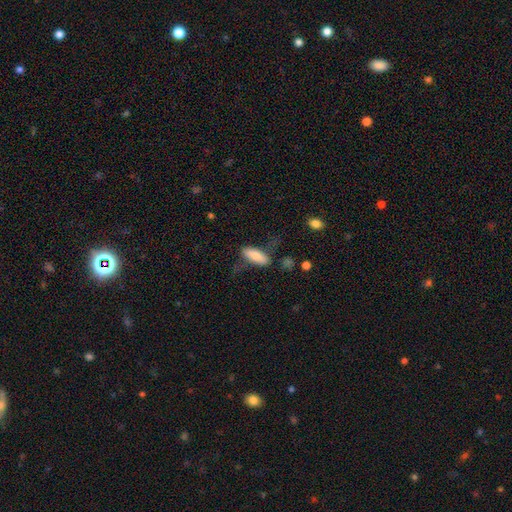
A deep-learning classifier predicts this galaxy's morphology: smooth_or_featured: smooth (p=0.71) [alt: featured or disk p=0.23]
how_rounded: in between (p=0.70) [alt: cigar-shaped p=0.28]
merging: none (p=0.52) [alt: minor disturbance p=0.26]